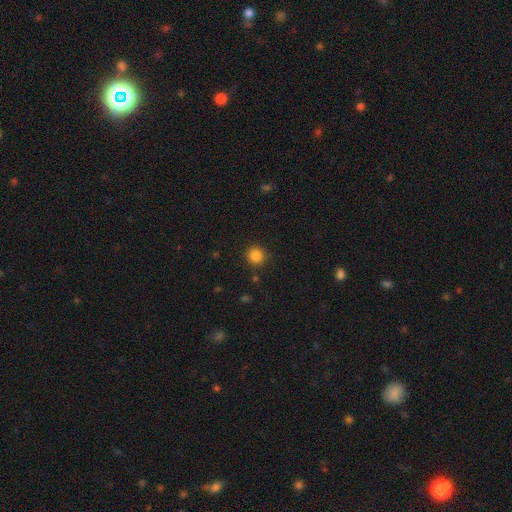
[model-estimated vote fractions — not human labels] Morphology: type=smooth (84%); roundness=round (93%); merging=none (89%).